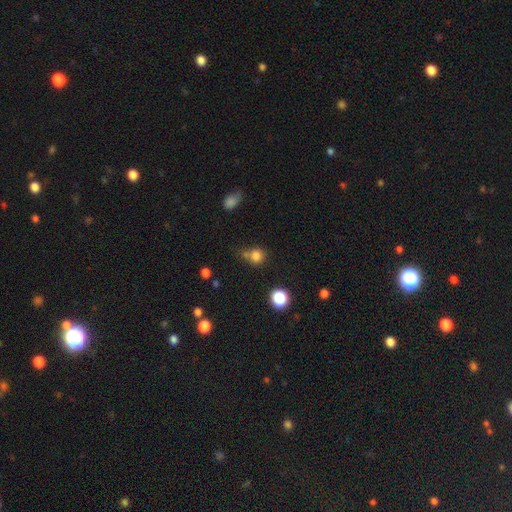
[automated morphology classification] The model was most divided on "merging": none: 52%, merger: 25%, minor disturbance: 16%, major disturbance: 7%. More confident: how rounded — round (83%); smooth or featured — smooth (79%).